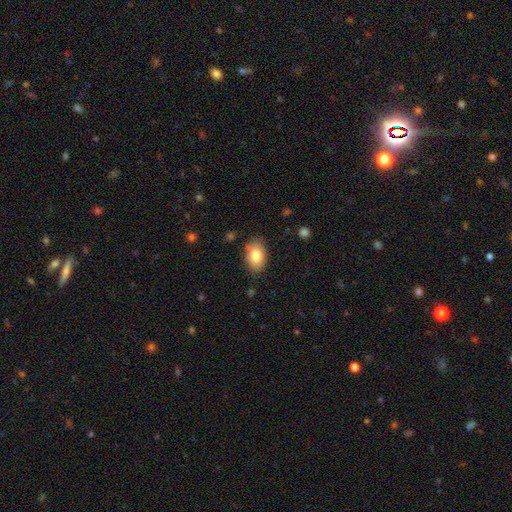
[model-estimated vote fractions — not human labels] smooth-or-featured: smooth: 80% | featured or disk: 13% | star or artifact: 7%
  how-rounded: in between: 87% | round: 12% | cigar-shaped: 1%
  merging: none: 83% | minor disturbance: 13% | major disturbance: 3% | merger: 2%